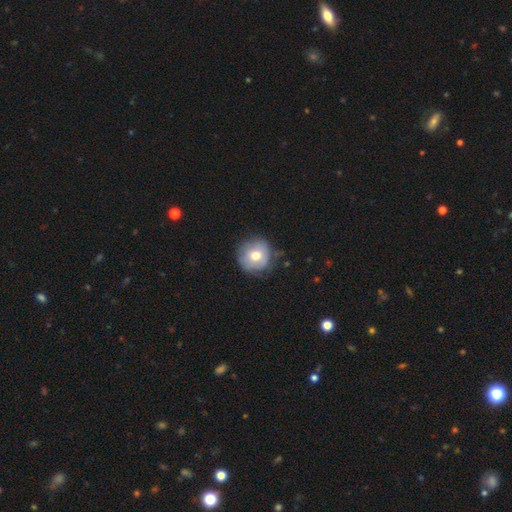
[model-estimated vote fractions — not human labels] Morphology: type=smooth (68%); roundness=round (93%); merging=none (73%).